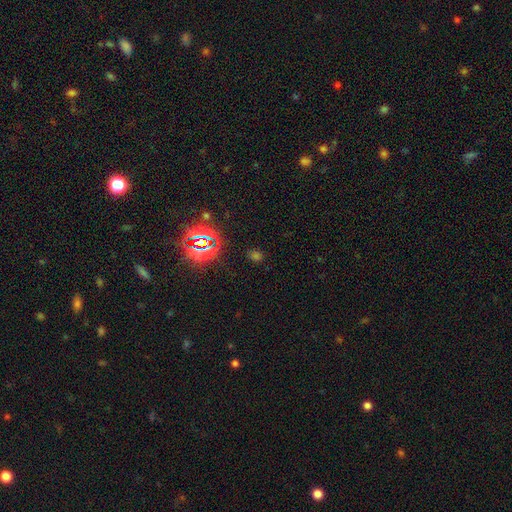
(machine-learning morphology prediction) smooth_or_featured: star or artifact (p=0.63) [alt: smooth p=0.30]